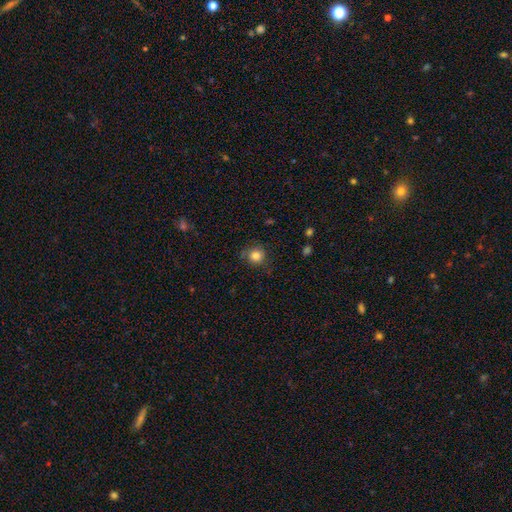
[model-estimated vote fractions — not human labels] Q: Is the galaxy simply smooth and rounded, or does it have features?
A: smooth — 83%.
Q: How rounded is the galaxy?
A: round — 92%.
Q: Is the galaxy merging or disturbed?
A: none — 82%.